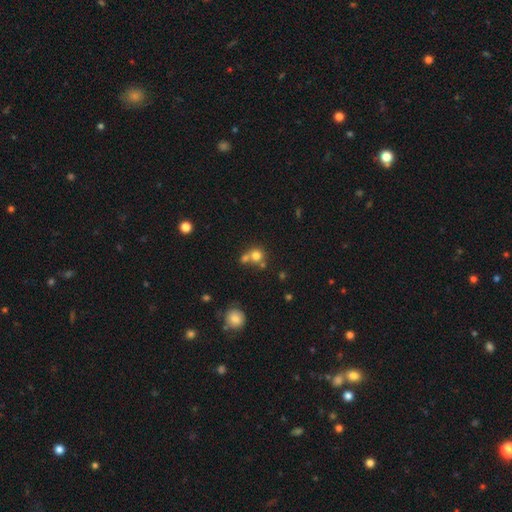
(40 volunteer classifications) A smooth galaxy with no disk features (72%) that is round (86%).

Vote fractions:
- Smooth or featured? smooth: 72% / featured or disk: 15% / star or artifact: 12%
- How rounded? round: 86% / in between: 14% / cigar-shaped: 0%
- Merging? merger: 46% / none: 43% / minor disturbance: 9% / major disturbance: 3%